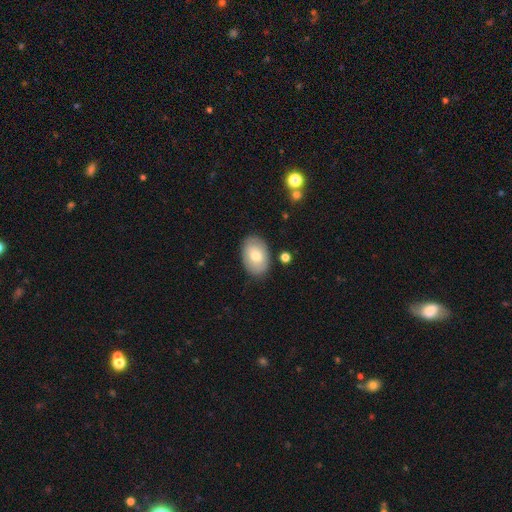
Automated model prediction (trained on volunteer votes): Q: Smooth or featured?
A: smooth (74%); runner-up: featured or disk (20%)
Q: How rounded?
A: in between (88%); runner-up: round (11%)
Q: Merging?
A: none (85%); runner-up: minor disturbance (10%)